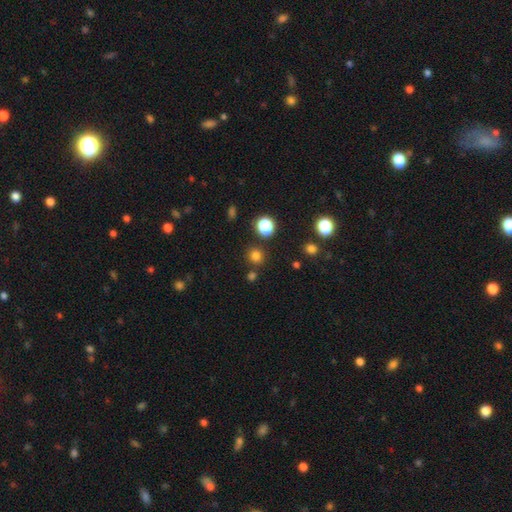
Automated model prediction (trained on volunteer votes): Q: Smooth or featured?
A: smooth (77%); runner-up: star or artifact (18%)
Q: How rounded?
A: round (91%); runner-up: in between (8%)
Q: Merging?
A: none (84%); runner-up: minor disturbance (7%)